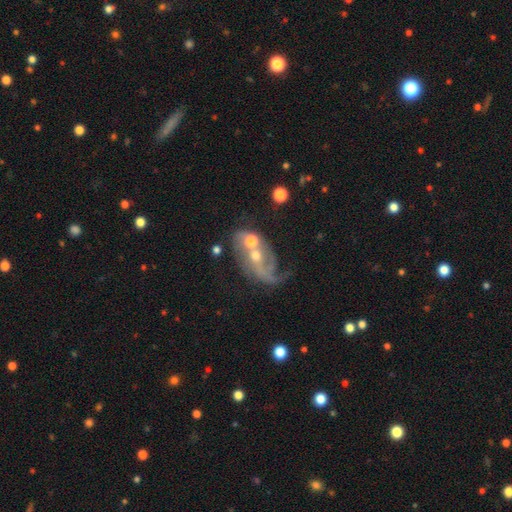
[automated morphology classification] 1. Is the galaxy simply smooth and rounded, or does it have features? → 71% featured or disk, 19% smooth, 10% star or artifact.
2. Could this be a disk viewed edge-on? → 96% no, 4% yes.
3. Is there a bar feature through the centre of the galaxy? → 65% no, 26% weak, 9% strong.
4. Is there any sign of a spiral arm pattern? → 77% yes, 23% no.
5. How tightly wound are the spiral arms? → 53% loose, 31% medium, 16% tight.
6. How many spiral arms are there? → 49% 1, 31% 2, 13% can't tell, 4% 3, 2% 4, 2% more than 4.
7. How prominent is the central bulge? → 51% moderate, 39% small, 4% large, 4% none, 2% dominant.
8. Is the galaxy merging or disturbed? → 40% merger, 25% major disturbance, 22% none, 13% minor disturbance.